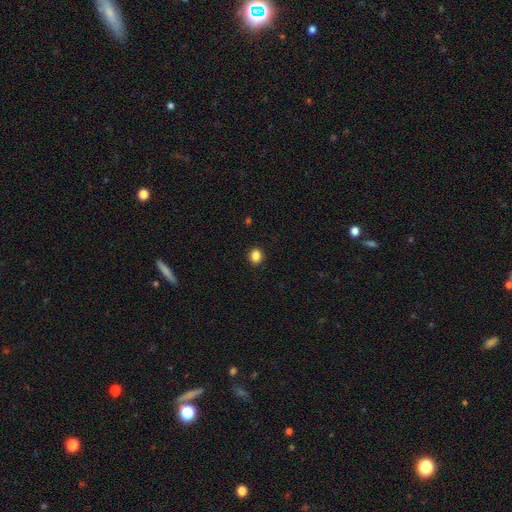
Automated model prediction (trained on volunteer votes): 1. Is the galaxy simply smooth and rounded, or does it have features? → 86% smooth, 10% star or artifact, 4% featured or disk.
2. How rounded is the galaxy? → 73% round, 26% in between, 1% cigar-shaped.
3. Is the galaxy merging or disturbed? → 92% none, 6% minor disturbance, 2% major disturbance, 1% merger.